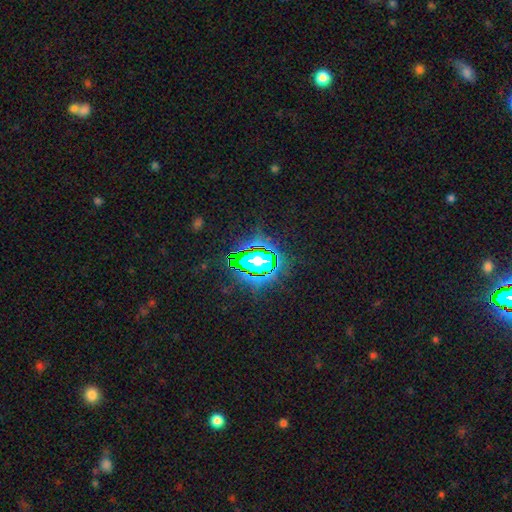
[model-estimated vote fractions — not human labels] Overall: star or artifact (81%).